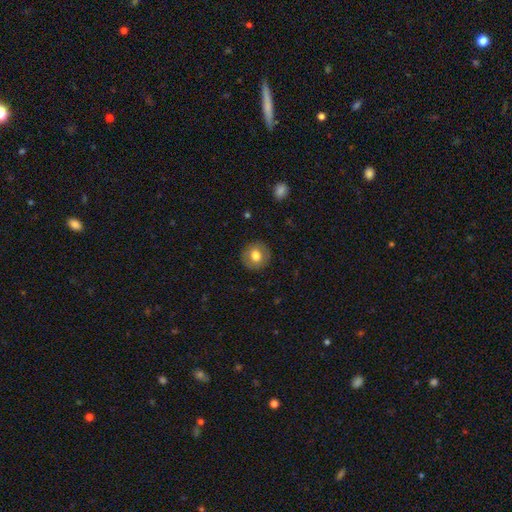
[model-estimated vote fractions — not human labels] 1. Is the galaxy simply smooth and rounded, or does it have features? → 73% smooth, 18% featured or disk, 8% star or artifact.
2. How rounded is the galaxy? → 91% round, 8% in between, 1% cigar-shaped.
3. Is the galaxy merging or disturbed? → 89% none, 7% minor disturbance, 2% major disturbance, 1% merger.